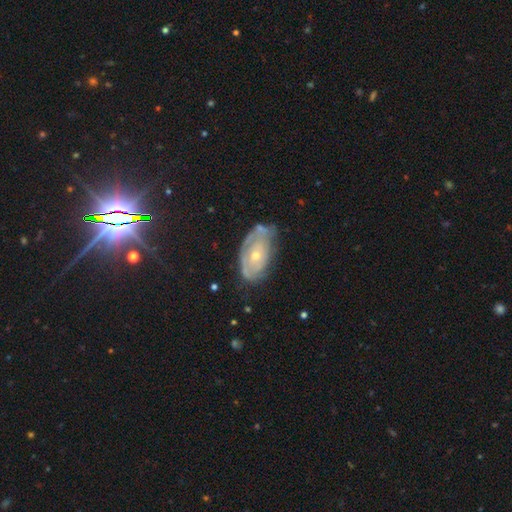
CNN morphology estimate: A featured or disk galaxy (70%) with no bar (81%), spiral arms (68%) and a small central bulge (55%). Merging: none (55%).